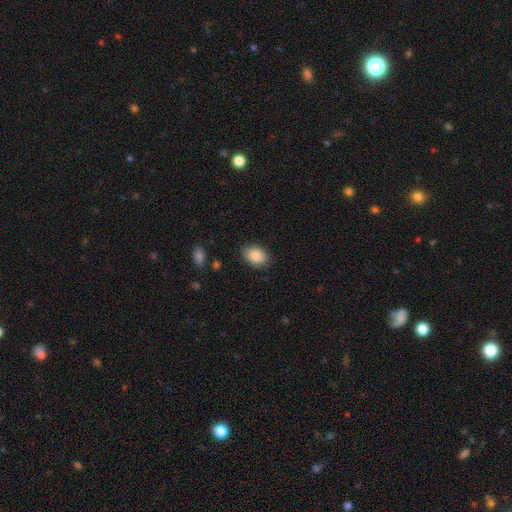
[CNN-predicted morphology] type=smooth (88%); roundness=in between (84%); merging=none (86%).